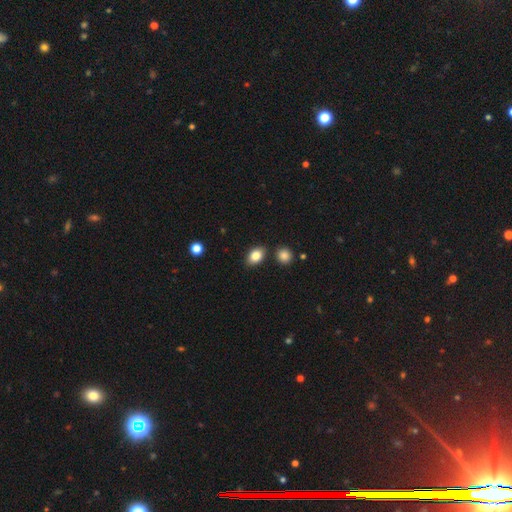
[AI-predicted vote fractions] Smooth or featured?
  - smooth: 84% *
  - star or artifact: 9%
  - featured or disk: 8%
How rounded?
  - in between: 78% *
  - round: 21%
  - cigar-shaped: 1%
Merging?
  - none: 82% *
  - minor disturbance: 10%
  - merger: 5%
  - major disturbance: 2%